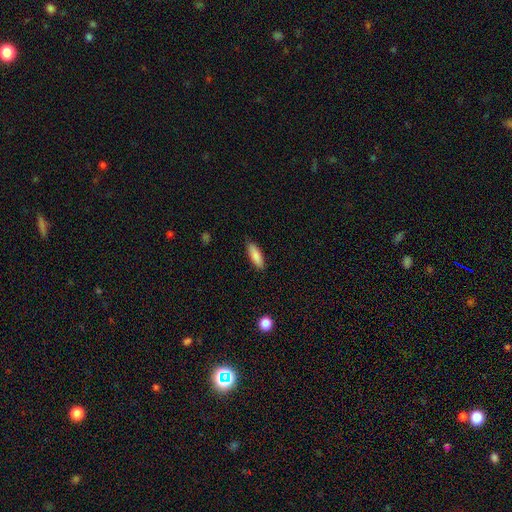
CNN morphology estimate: The model was most divided on "how rounded": cigar-shaped: 50%, in between: 49%, round: 2%. More confident: merging — none (87%); smooth or featured — smooth (86%).